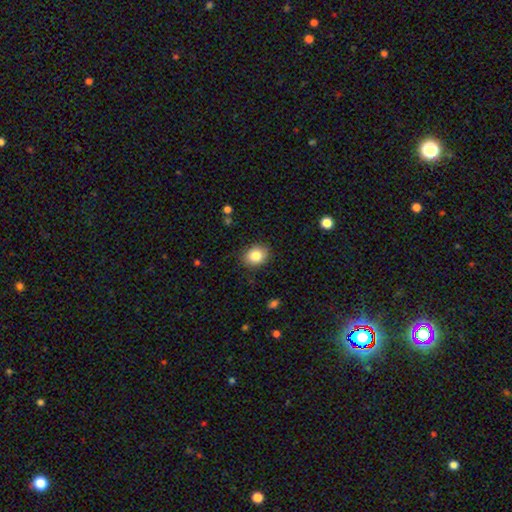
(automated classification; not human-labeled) The model was most divided on "how rounded": round: 57%, in between: 43%, cigar-shaped: 1%. More confident: merging — none (87%); smooth or featured — smooth (84%).